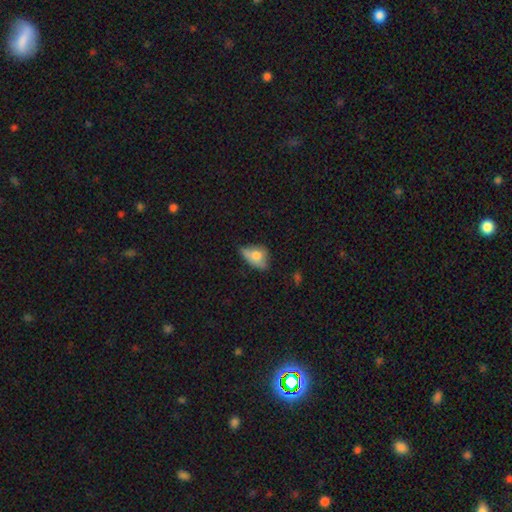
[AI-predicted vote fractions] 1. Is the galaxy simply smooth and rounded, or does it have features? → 63% smooth, 28% featured or disk, 10% star or artifact.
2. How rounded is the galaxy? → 80% in between, 16% round, 4% cigar-shaped.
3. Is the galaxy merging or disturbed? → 37% minor disturbance (tied), 37% none (tied), 21% major disturbance, 5% merger.